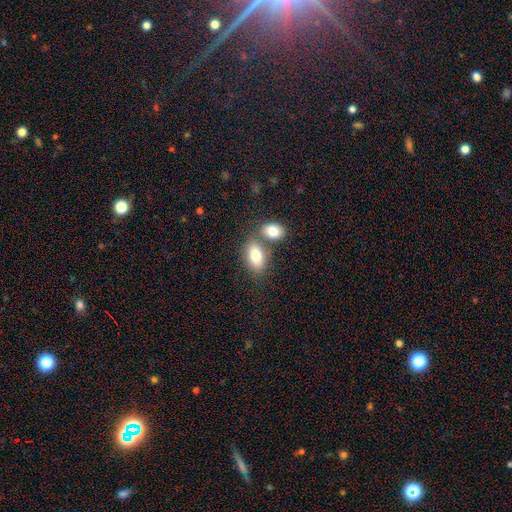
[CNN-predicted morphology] smooth-or-featured: smooth: 79% | featured or disk: 14% | star or artifact: 8%
  how-rounded: in between: 86% | round: 12% | cigar-shaped: 2%
  merging: none: 46% | merger: 40% | minor disturbance: 10% | major disturbance: 4%